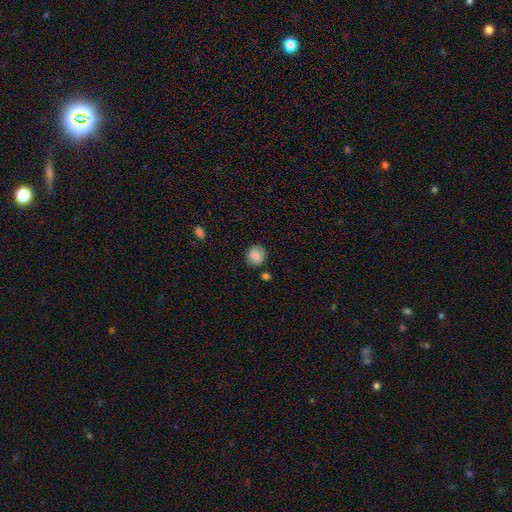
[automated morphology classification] smooth_or_featured: smooth (p=0.83) [alt: featured or disk p=0.09]
how_rounded: round (p=0.82) [alt: in between p=0.17]
merging: none (p=0.80) [alt: minor disturbance p=0.13]